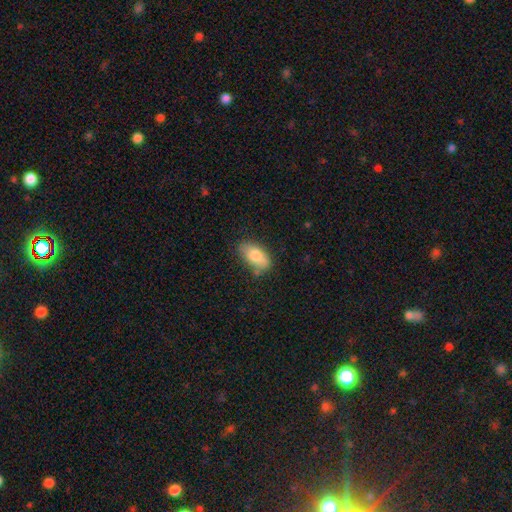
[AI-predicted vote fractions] smooth 79%, featured or disk 15%, star or artifact 7%. Down the decision tree: how rounded — in between (91%); merging — none (69%).